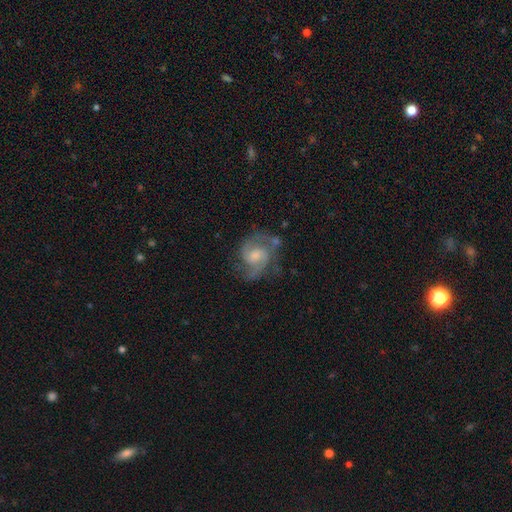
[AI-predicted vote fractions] Smooth or featured? Predicted: featured or disk (p=0.80). Edge-on disk? Predicted: no (p=0.98). Bar? Predicted: no (p=0.52). Spiral arms? Predicted: yes (p=0.94). Spiral winding? Predicted: medium (p=0.56). Spiral arm count? Predicted: 2 (p=0.82). Bulge size? Predicted: moderate (p=0.42). Merging? Predicted: none (p=0.60).